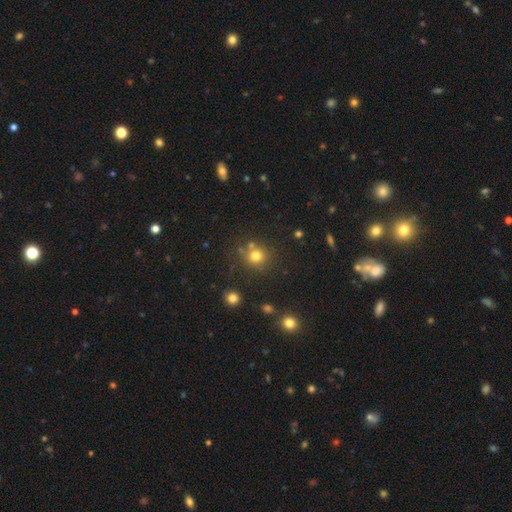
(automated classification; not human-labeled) Smooth or featured: smooth — 76% (star or artifact — 16%)
How rounded: round — 90% (in between — 9%)
Merging: none — 74% (merger — 12%)